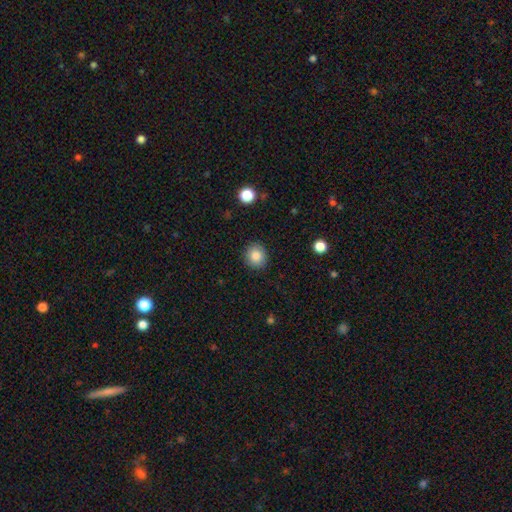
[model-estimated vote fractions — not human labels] Smooth or featured?
  - smooth: 85% *
  - star or artifact: 9%
  - featured or disk: 6%
How rounded?
  - round: 87% *
  - in between: 12%
  - cigar-shaped: 1%
Merging?
  - none: 90% *
  - minor disturbance: 7%
  - major disturbance: 2%
  - merger: 1%